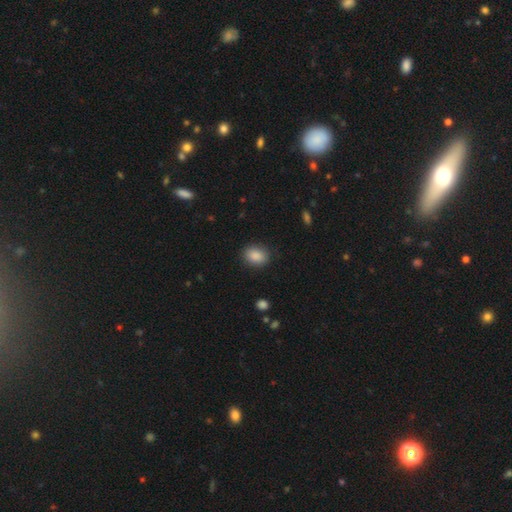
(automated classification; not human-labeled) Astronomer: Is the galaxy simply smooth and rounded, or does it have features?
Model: smooth — 88%.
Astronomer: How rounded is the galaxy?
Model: in between — 62%.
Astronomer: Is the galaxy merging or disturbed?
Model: none — 86%.